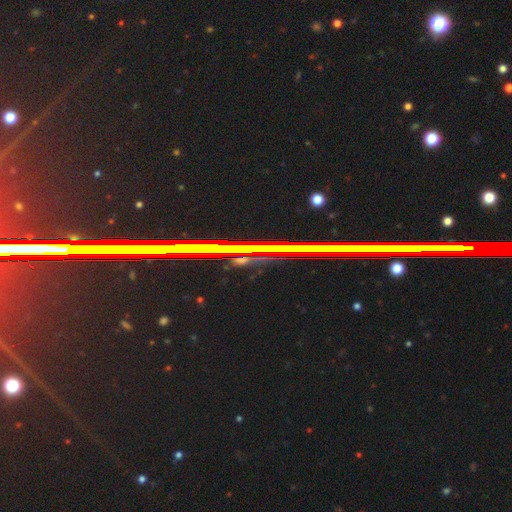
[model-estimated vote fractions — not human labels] This appears to be a star or artifact, not a galaxy (79%).